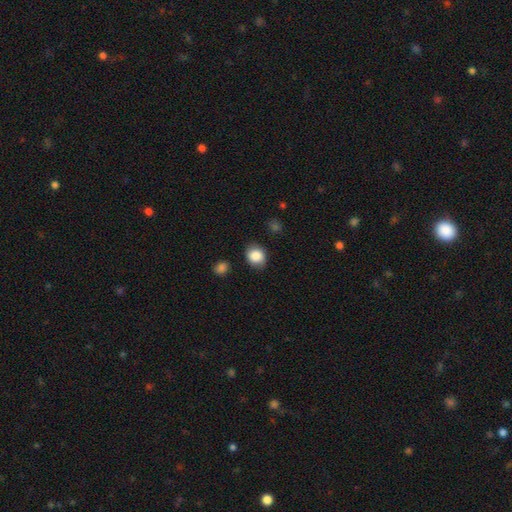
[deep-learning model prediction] Smooth or featured?
  - smooth: 85% *
  - star or artifact: 9%
  - featured or disk: 6%
How rounded?
  - round: 65% *
  - in between: 34%
  - cigar-shaped: 1%
Merging?
  - none: 80% *
  - minor disturbance: 15%
  - major disturbance: 3%
  - merger: 2%